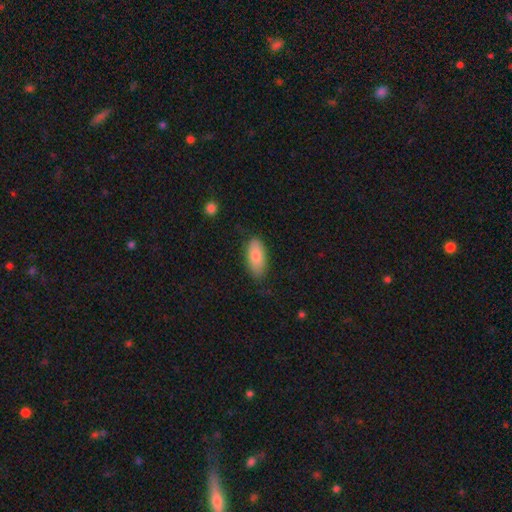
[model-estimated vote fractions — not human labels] smooth_or_featured: smooth (p=0.83) [alt: featured or disk p=0.11]
how_rounded: in between (p=0.88) [alt: cigar-shaped p=0.10]
merging: none (p=0.79) [alt: minor disturbance p=0.16]